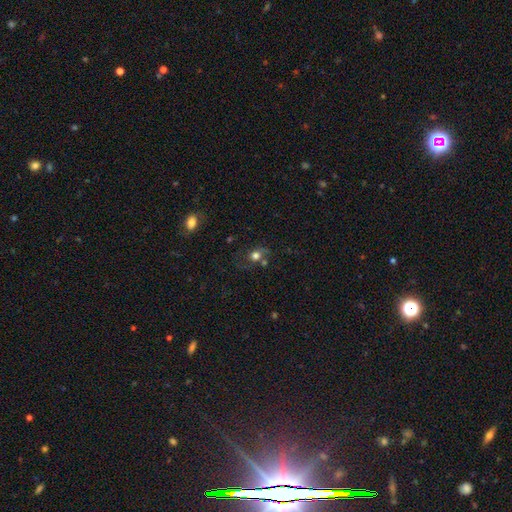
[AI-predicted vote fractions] This is possibly a smooth galaxy (60%). How rounded: likely round (69%). Merging: possibly none (49%).